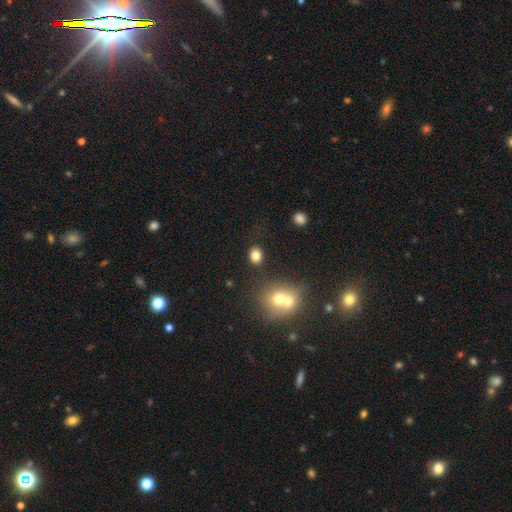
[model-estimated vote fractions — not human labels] Morphology: type=smooth (81%); roundness=in between (50%); merging=none (76%).